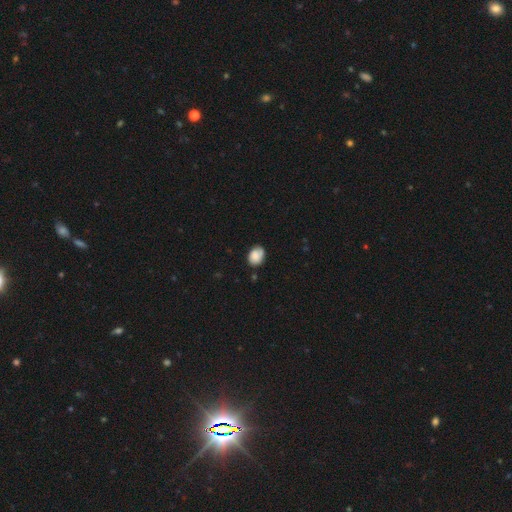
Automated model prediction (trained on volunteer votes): A smooth galaxy with no disk features (81%) that is in between round and cigar-shaped (60%). Merging: none (67%).